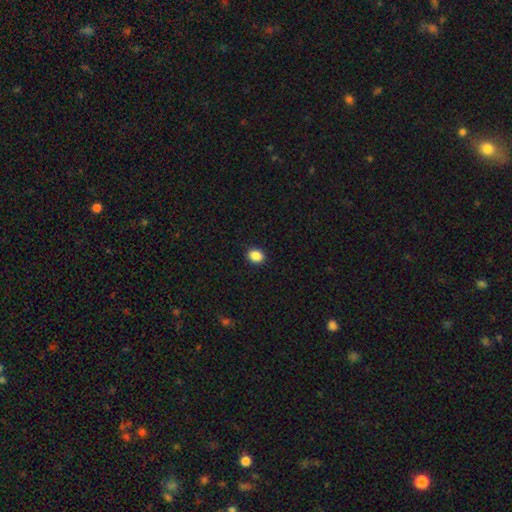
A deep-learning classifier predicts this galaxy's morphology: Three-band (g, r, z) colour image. It shows a smooth galaxy with no disk features (87%) that is round (54%). Merging: none (91%).